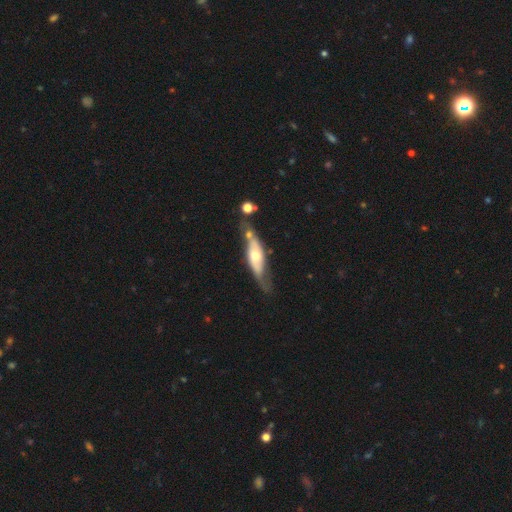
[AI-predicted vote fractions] The model was most divided on "edge-on disk": no: 59%, yes: 41%. Remaining: smooth or featured — featured or disk (60%); merging — none (48%).